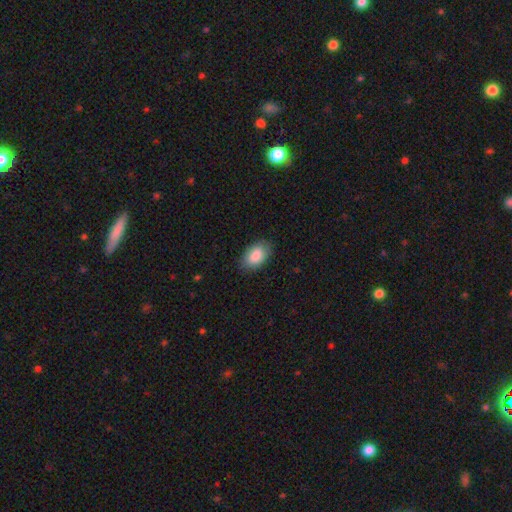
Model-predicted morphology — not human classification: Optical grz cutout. It shows a smooth galaxy with no disk features (88%) that is in between round and cigar-shaped (93%). Merging: none (84%).